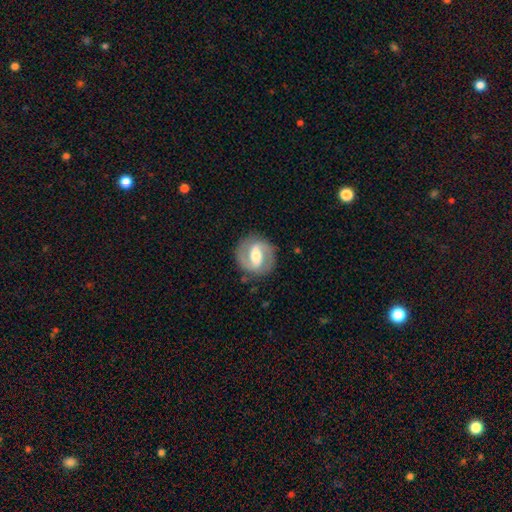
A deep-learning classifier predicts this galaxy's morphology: A featured or disk galaxy (81%) with a strong bar (45%), 2 (91%) medium (51%) spiral arms (90%) and a moderate central bulge (66%). Merging: none (85%).